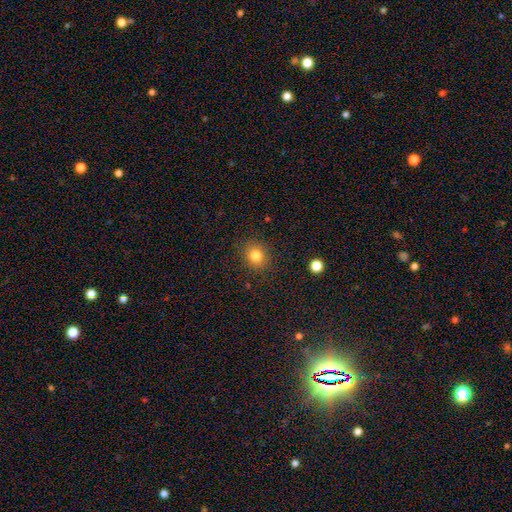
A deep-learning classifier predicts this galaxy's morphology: Q: Smooth or featured?
A: smooth (82%); runner-up: star or artifact (12%)
Q: How rounded?
A: round (81%); runner-up: in between (18%)
Q: Merging?
A: none (88%); runner-up: minor disturbance (8%)